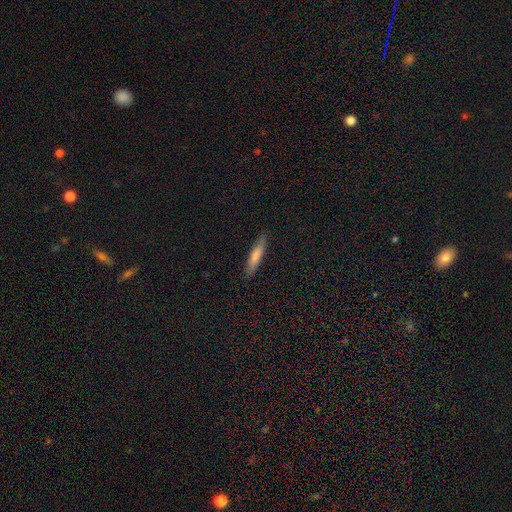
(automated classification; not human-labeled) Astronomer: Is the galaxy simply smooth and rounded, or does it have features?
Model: smooth — 78%.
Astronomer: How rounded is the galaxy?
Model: cigar-shaped — 85%.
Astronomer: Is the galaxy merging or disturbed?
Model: none — 87%.